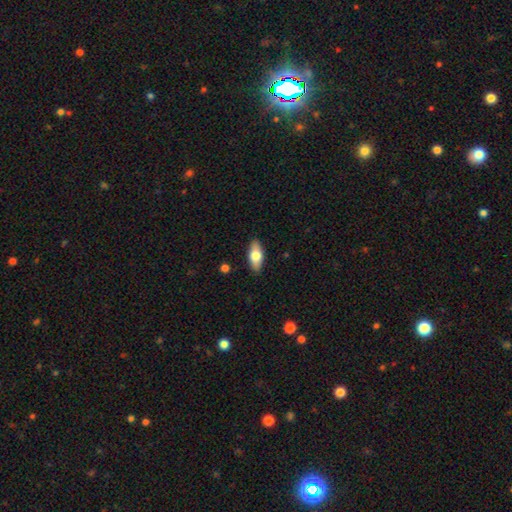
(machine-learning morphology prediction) Smooth or featured? smooth (69%)
How rounded? in between (82%)
Merging? none (89%)